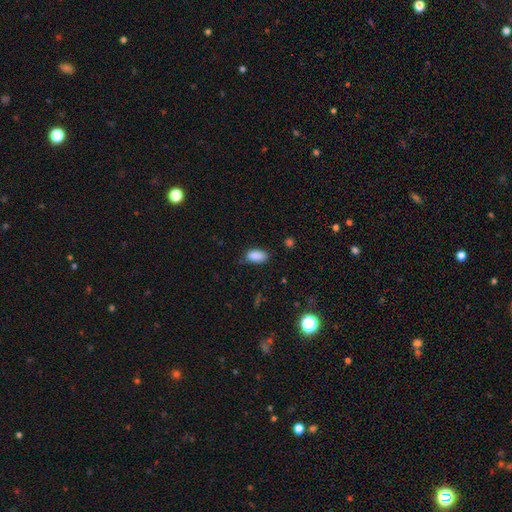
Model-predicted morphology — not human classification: Q: Smooth or featured?
A: smooth (88%); runner-up: star or artifact (8%)
Q: How rounded?
A: in between (92%); runner-up: cigar-shaped (4%)
Q: Merging?
A: none (73%); runner-up: minor disturbance (22%)